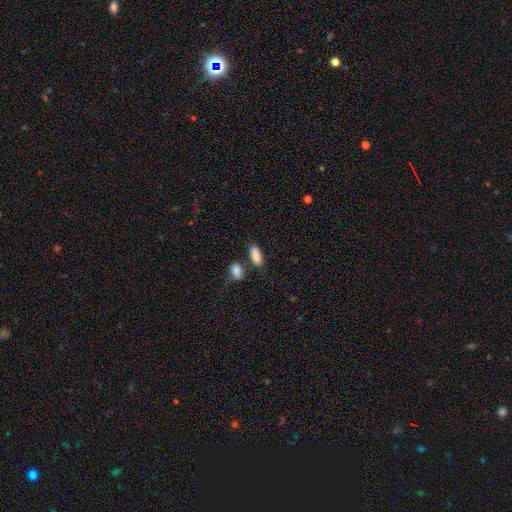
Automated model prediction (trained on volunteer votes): smooth-or-featured: smooth: 87% | star or artifact: 8% | featured or disk: 6%
  how-rounded: in between: 74% | cigar-shaped: 23% | round: 4%
  merging: none: 67% | minor disturbance: 15% | merger: 14% | major disturbance: 5%